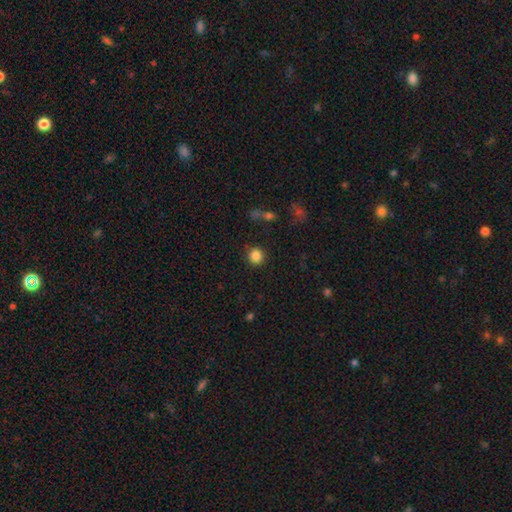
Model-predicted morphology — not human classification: Smooth or featured? smooth (85%)
How rounded? round (89%)
Merging? none (86%)